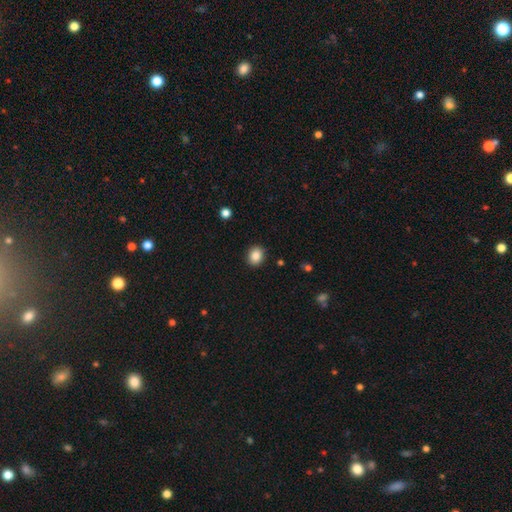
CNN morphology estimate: This appears to be a smooth galaxy with no disk features (87%) that is round (65%). Merging: none (90%).